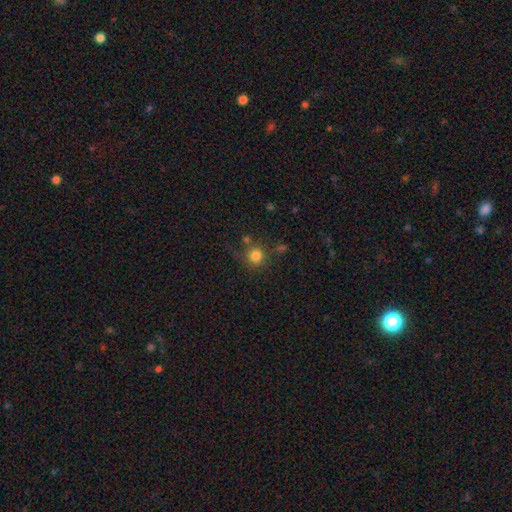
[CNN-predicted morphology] Smooth or featured? smooth (81%)
How rounded? round (92%)
Merging? none (72%)